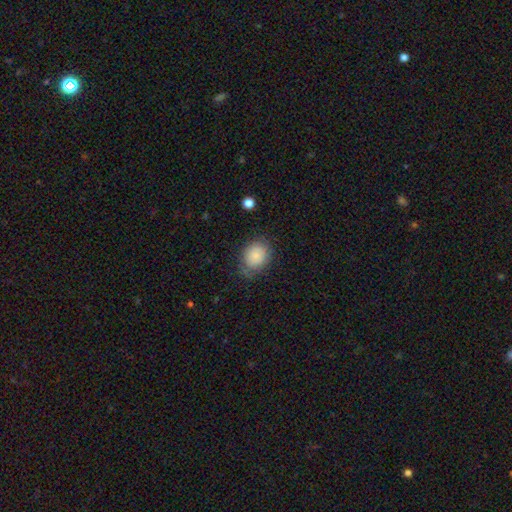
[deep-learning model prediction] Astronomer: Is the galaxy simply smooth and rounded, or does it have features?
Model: smooth — 80%.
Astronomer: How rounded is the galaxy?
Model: round — 54% (runner-up: in between, 45%).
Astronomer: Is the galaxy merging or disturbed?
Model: none — 64%.